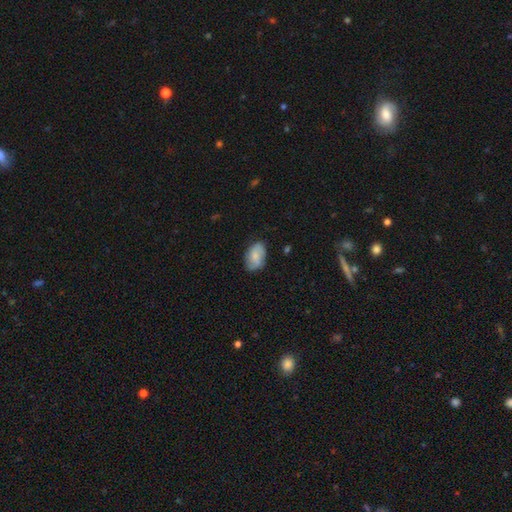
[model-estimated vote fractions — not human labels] Q: Smooth or featured?
A: smooth (64%); runner-up: featured or disk (29%)
Q: How rounded?
A: in between (89%); runner-up: round (10%)
Q: Merging?
A: none (71%); runner-up: minor disturbance (23%)